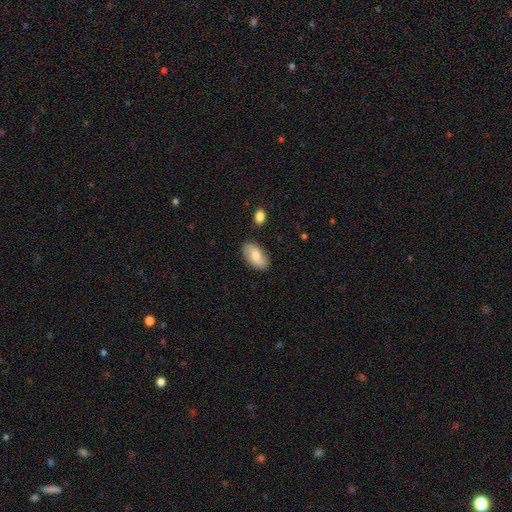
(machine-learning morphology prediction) Q: Smooth or featured?
A: smooth (62%); runner-up: featured or disk (31%)
Q: How rounded?
A: in between (93%); runner-up: round (4%)
Q: Merging?
A: none (80%); runner-up: minor disturbance (14%)